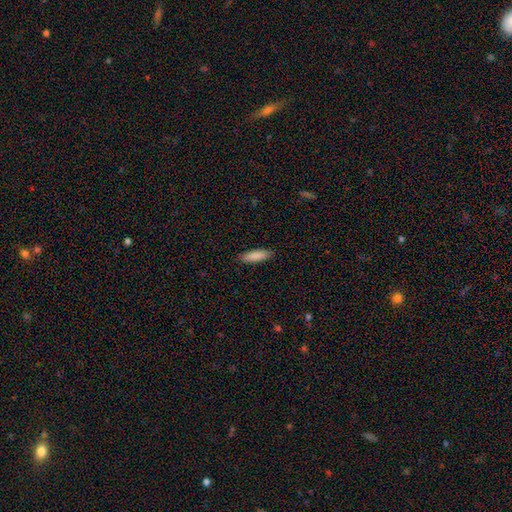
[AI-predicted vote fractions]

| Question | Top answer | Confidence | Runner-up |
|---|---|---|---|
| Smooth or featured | smooth | 88% | featured or disk (7%) |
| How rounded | cigar-shaped | 61% | in between (38%) |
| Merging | none | 89% | minor disturbance (8%) |